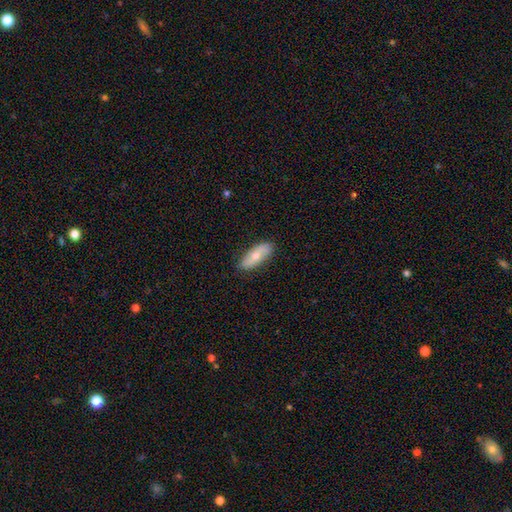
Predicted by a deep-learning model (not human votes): Morphology: type=smooth (61%); roundness=in between (70%); merging=none (84%).